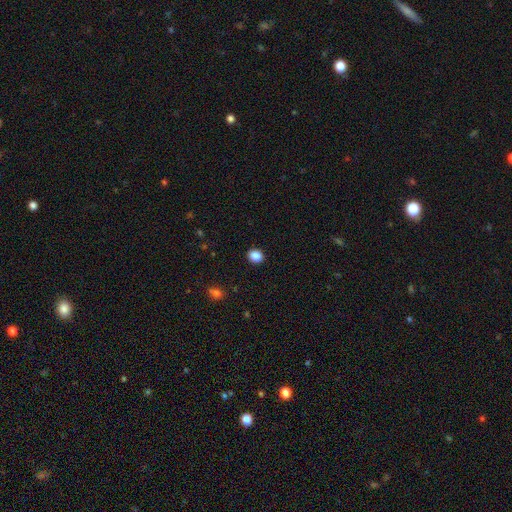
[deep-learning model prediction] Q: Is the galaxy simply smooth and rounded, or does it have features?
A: smooth — 88%.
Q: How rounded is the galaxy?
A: round — 67%.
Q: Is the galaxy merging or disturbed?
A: none — 91%.